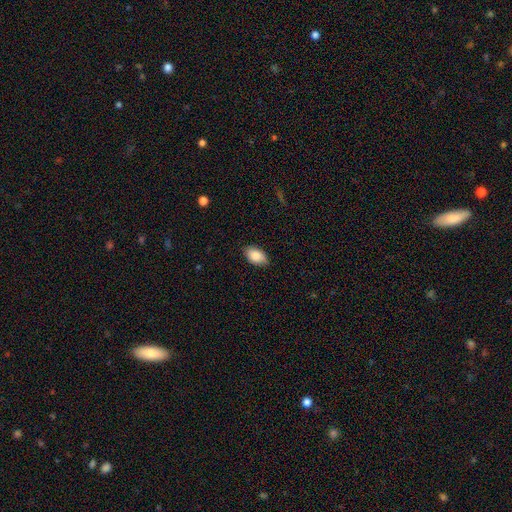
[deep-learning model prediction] Smooth or featured?
  - smooth: 85% *
  - featured or disk: 8%
  - star or artifact: 7%
How rounded?
  - in between: 93% *
  - round: 6%
  - cigar-shaped: 2%
Merging?
  - none: 84% *
  - minor disturbance: 13%
  - major disturbance: 2%
  - merger: 1%